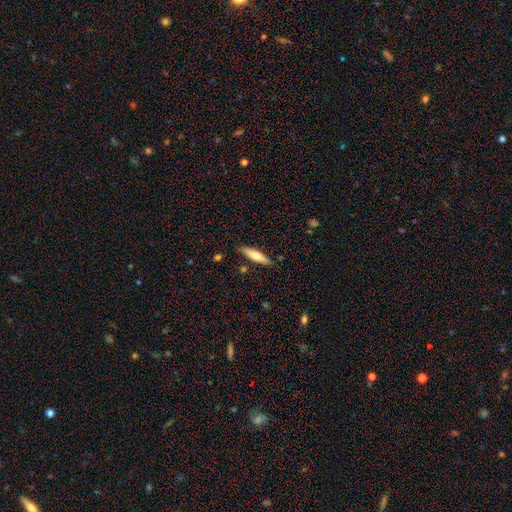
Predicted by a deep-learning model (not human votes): Smooth or featured? Predicted: smooth (p=0.59). How rounded? Predicted: cigar-shaped (p=0.72). Merging? Predicted: none (p=0.86).